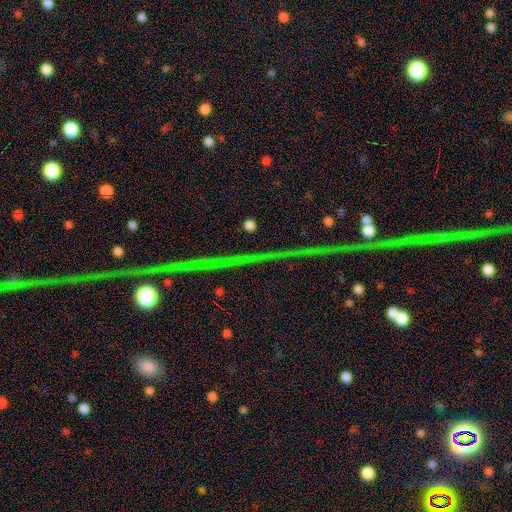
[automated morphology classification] Q: Smooth or featured?
A: star or artifact (80%); runner-up: featured or disk (11%)